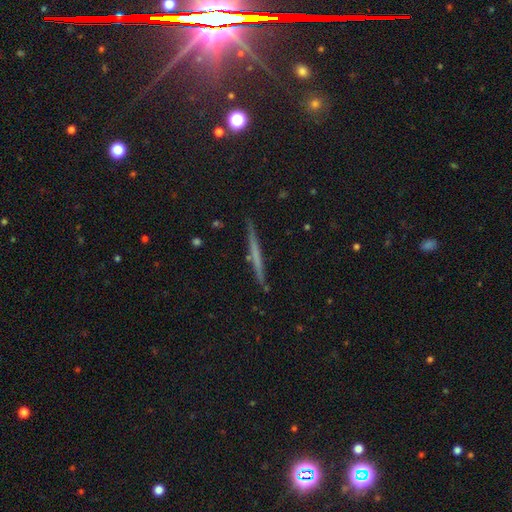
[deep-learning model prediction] Smooth or featured? Predicted: featured or disk (p=0.48). Merging? Predicted: none (p=0.90).